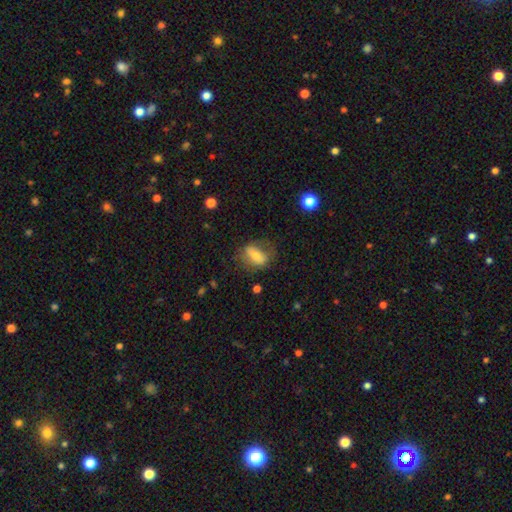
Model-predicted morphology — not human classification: smooth-or-featured: smooth: 50% | featured or disk: 41% | star or artifact: 9%
  how-rounded: in between: 71% | round: 20% | cigar-shaped: 8%
  merging: none: 63% | minor disturbance: 22% | major disturbance: 13% | merger: 2%